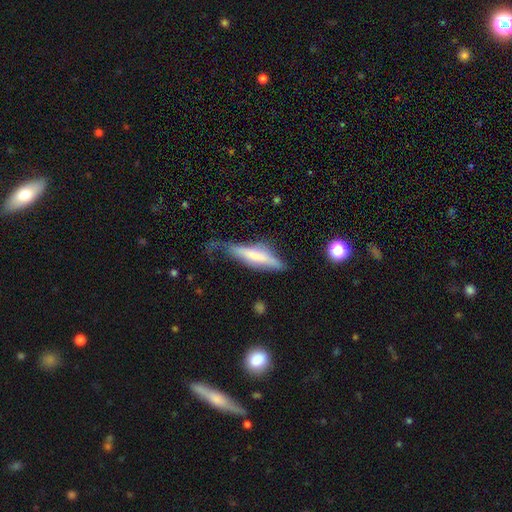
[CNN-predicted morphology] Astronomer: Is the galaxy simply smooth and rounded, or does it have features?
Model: smooth — 54% (runner-up: featured or disk, 39%).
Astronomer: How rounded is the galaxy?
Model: cigar-shaped — 75%.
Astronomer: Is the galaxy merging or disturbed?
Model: none — 41% (runner-up: minor disturbance, 35%).